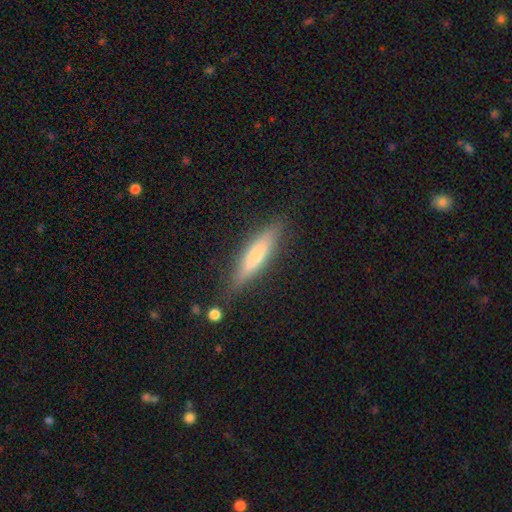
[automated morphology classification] smooth-or-featured: smooth: 63% | featured or disk: 31% | star or artifact: 7%
  how-rounded: cigar-shaped: 81% | in between: 17% | round: 2%
  merging: none: 84% | minor disturbance: 11% | major disturbance: 3% | merger: 2%